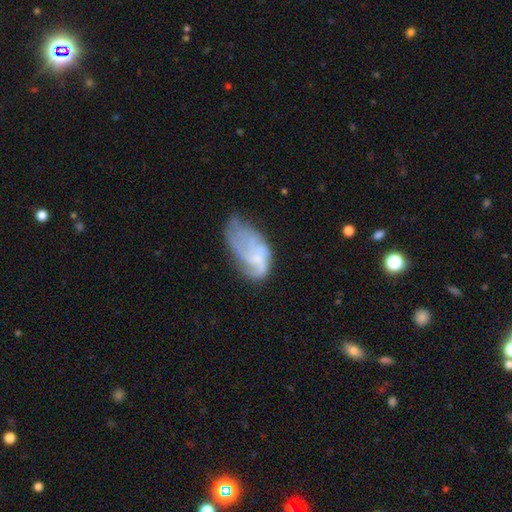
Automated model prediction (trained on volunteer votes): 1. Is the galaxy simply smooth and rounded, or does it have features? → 57% featured or disk, 35% smooth, 9% star or artifact.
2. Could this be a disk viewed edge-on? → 97% no, 3% yes.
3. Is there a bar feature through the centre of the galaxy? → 75% no, 21% weak, 4% strong.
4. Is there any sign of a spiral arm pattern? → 50% yes (tied), 50% no (tied).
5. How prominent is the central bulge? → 49% none, 36% small, 13% moderate, 2% large, 1% dominant.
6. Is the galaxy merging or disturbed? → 39% major disturbance, 31% minor disturbance, 24% none, 6% merger.